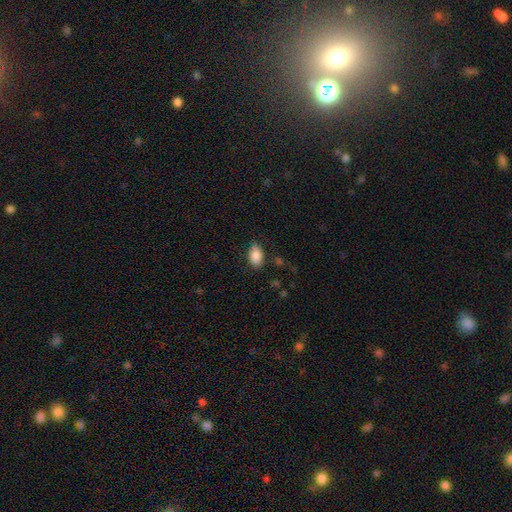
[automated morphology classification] smooth-or-featured: smooth: 86% | star or artifact: 7% | featured or disk: 7%
  how-rounded: in between: 89% | round: 9% | cigar-shaped: 2%
  merging: none: 80% | minor disturbance: 14% | major disturbance: 3% | merger: 2%